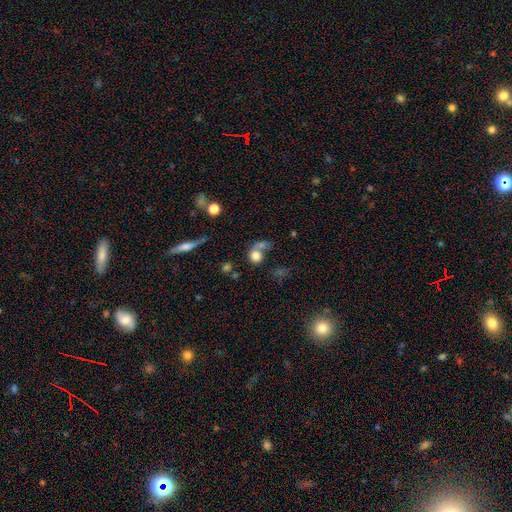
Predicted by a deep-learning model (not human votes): The model was most divided on "merging": merger: 38%, none: 36%, major disturbance: 14%, minor disturbance: 12%. More confident: how rounded — round (76%); smooth or featured — smooth (73%).